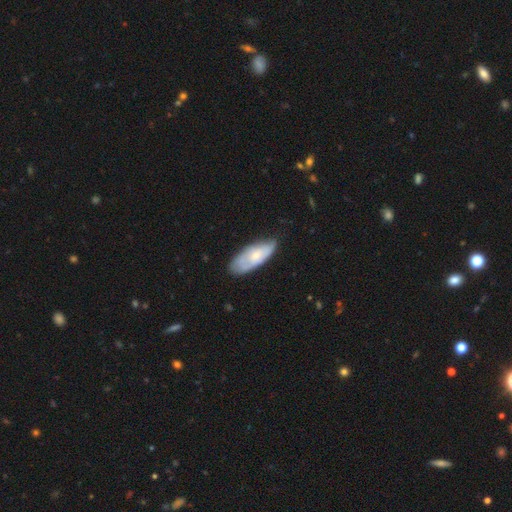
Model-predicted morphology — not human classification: Smooth or featured: smooth — 54% (featured or disk — 40%)
How rounded: in between — 79% (cigar-shaped — 19%)
Merging: none — 62% (minor disturbance — 29%)